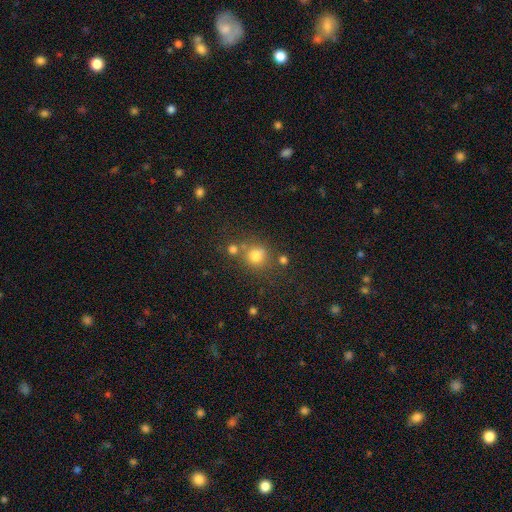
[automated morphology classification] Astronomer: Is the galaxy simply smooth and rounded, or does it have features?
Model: smooth — 75%.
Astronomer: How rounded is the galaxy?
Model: round — 85%.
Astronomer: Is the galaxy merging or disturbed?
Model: none — 62%.